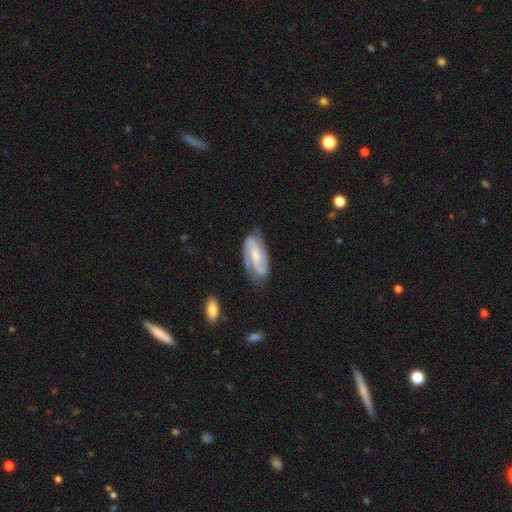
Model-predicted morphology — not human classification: The model was most divided on "bulge size": small: 44%, moderate: 37%, none: 13%, large: 5%, dominant: 1%. Remaining: spiral arms — yes (96%); edge-on disk — no (95%); spiral arm count — 2 (84%); smooth or featured — featured or disk (81%); merging — none (72%); spiral winding — medium (47%); bar — weak (43%).